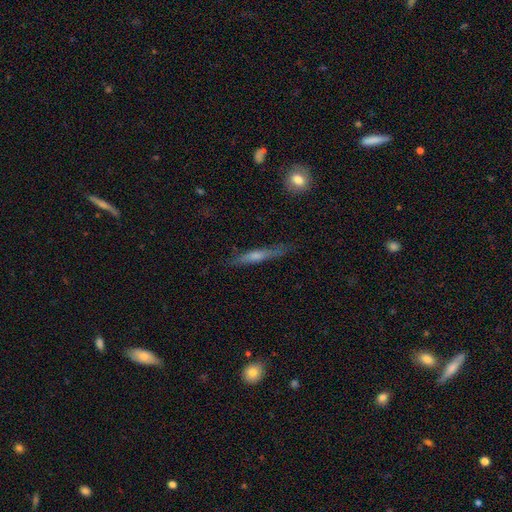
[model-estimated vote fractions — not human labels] A featured or disk galaxy (56%) viewed edge-on (93%) with a rounded central bulge (56%). Merging: none (83%).